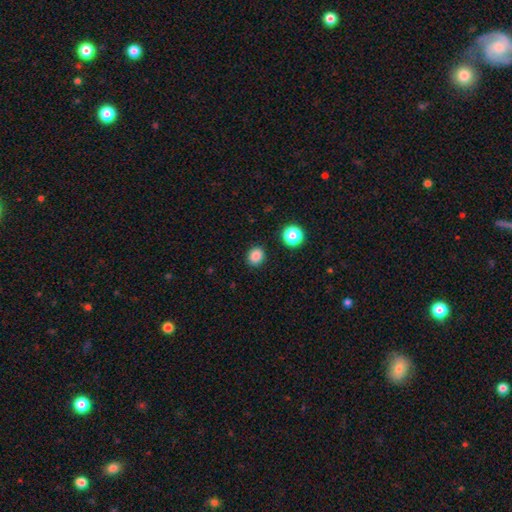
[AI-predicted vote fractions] Smooth or featured?
  - smooth: 84% *
  - star or artifact: 12%
  - featured or disk: 4%
How rounded?
  - round: 75% *
  - in between: 24%
  - cigar-shaped: 1%
Merging?
  - none: 89% *
  - minor disturbance: 7%
  - major disturbance: 2%
  - merger: 2%